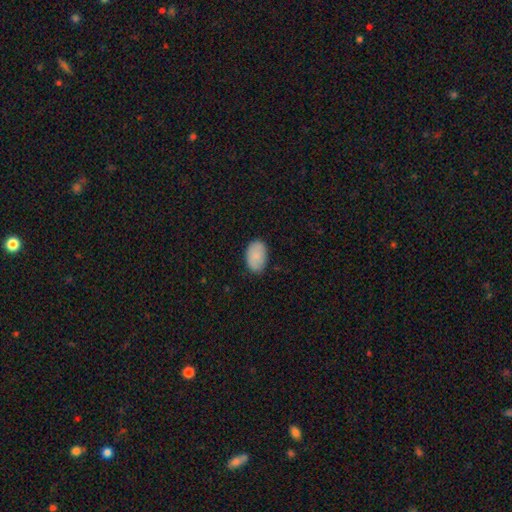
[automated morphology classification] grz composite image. It shows a smooth galaxy with no disk features (87%) that is in between round and cigar-shaped (91%). Merging: none (82%).